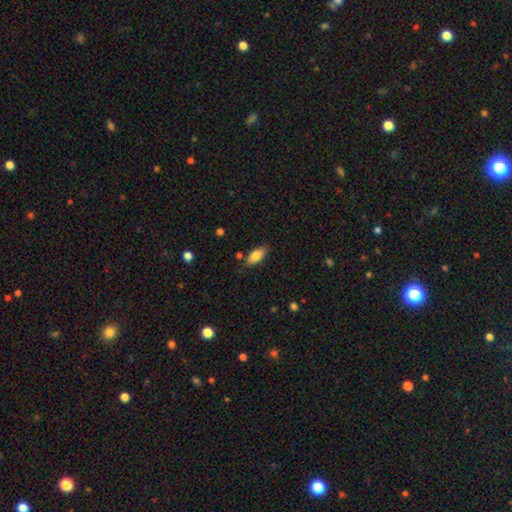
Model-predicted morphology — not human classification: Smooth or featured? smooth (79%)
How rounded? in between (83%)
Merging? none (79%)